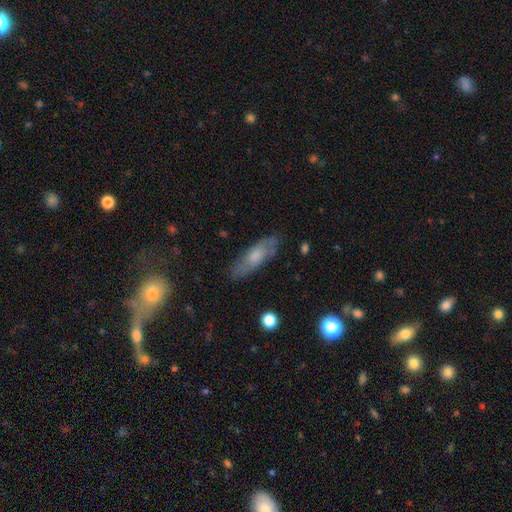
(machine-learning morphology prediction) This appears to be a smooth galaxy with no disk features (52%) that is in between round and cigar-shaped (54%). Merging: none (79%).